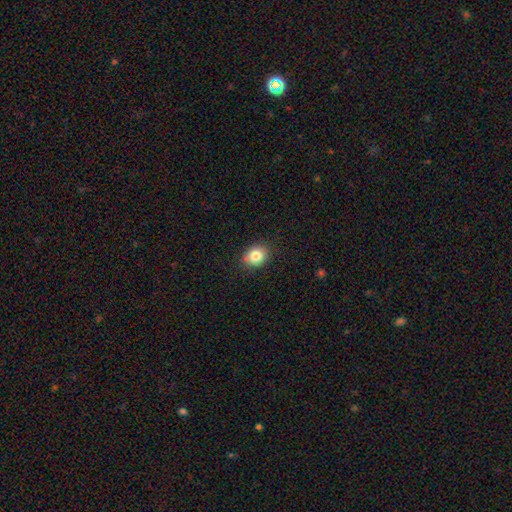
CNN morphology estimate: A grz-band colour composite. It shows a smooth galaxy with no disk features (83%) that is round (54%). Merging: none (84%).